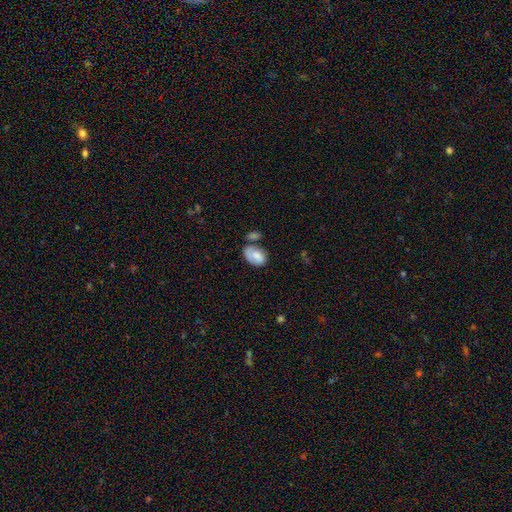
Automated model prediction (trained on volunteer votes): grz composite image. It shows a smooth galaxy with no disk features (77%) that is in between round and cigar-shaped (88%). Merging: none (41%).